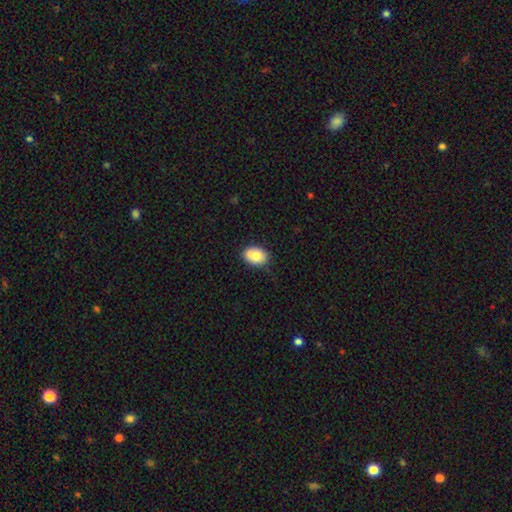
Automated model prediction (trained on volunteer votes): Q: Smooth or featured?
A: smooth (76%); runner-up: featured or disk (16%)
Q: How rounded?
A: in between (67%); runner-up: round (32%)
Q: Merging?
A: none (62%); runner-up: minor disturbance (18%)